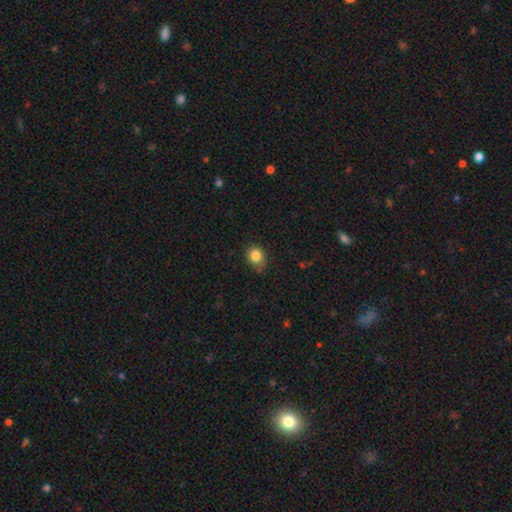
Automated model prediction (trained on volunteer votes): Smooth or featured?
  - smooth: 84% *
  - star or artifact: 10%
  - featured or disk: 6%
How rounded?
  - round: 62% *
  - in between: 37%
  - cigar-shaped: 1%
Merging?
  - none: 72% *
  - minor disturbance: 23%
  - major disturbance: 4%
  - merger: 2%